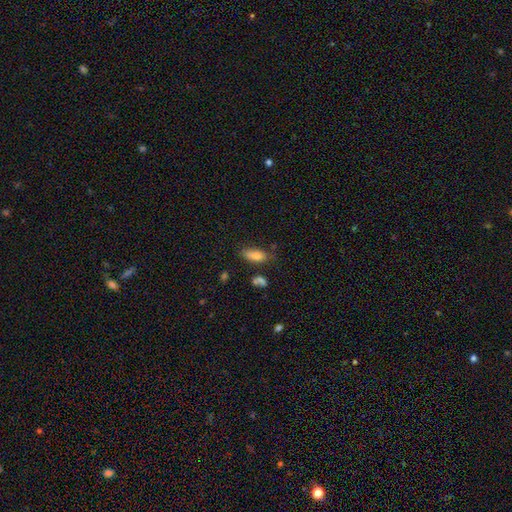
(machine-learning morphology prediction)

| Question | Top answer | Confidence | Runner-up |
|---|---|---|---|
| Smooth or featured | smooth | 79% | featured or disk (11%) |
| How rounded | in between | 75% | cigar-shaped (21%) |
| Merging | none | 69% | minor disturbance (20%) |